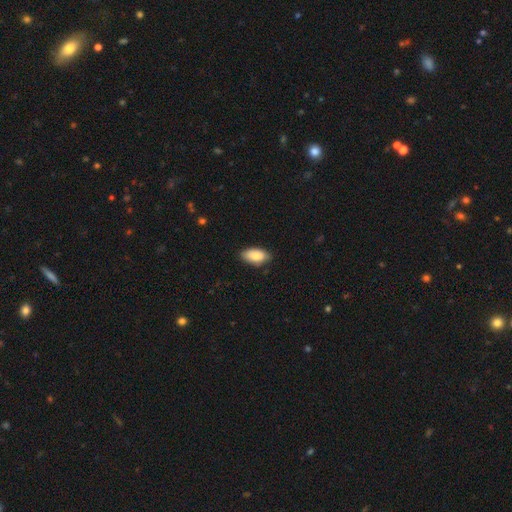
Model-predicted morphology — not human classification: smooth-or-featured: smooth: 86% | featured or disk: 8% | star or artifact: 6%
  how-rounded: in between: 93% | cigar-shaped: 4% | round: 3%
  merging: none: 83% | minor disturbance: 14% | major disturbance: 2% | merger: 1%